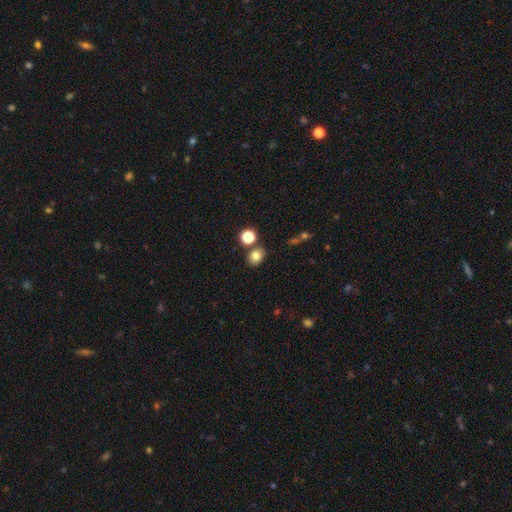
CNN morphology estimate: A smooth galaxy with no disk features (80%) that is in between round and cigar-shaped (53%). Merging: none (76%).